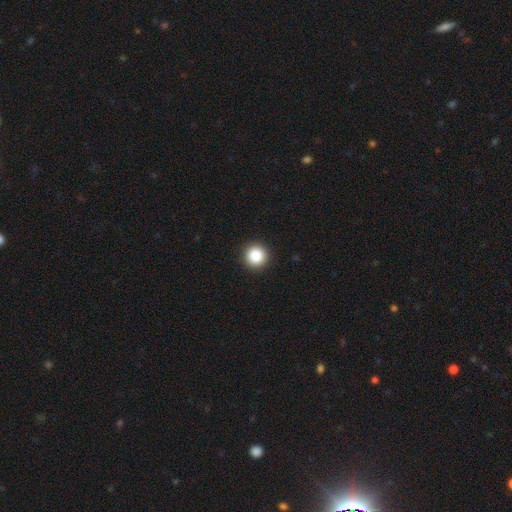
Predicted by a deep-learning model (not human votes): smooth-or-featured: smooth: 86% | star or artifact: 10% | featured or disk: 4%
  how-rounded: round: 96% | in between: 3% | cigar-shaped: 1%
  merging: none: 93% | minor disturbance: 4% | major disturbance: 1% | merger: 1%